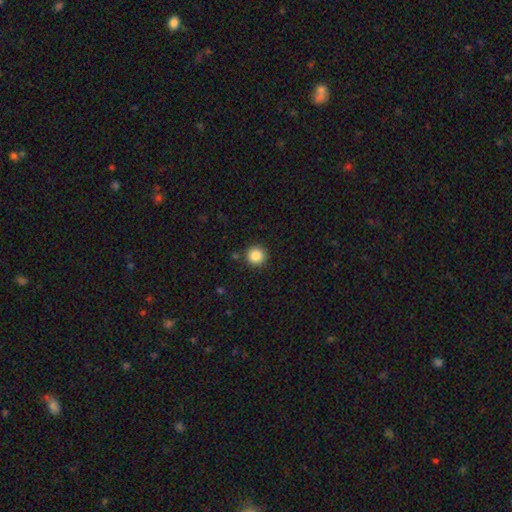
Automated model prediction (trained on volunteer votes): smooth_or_featured: smooth (p=0.86) [alt: star or artifact p=0.10]
how_rounded: round (p=0.95) [alt: in between p=0.04]
merging: none (p=0.91) [alt: minor disturbance p=0.05]